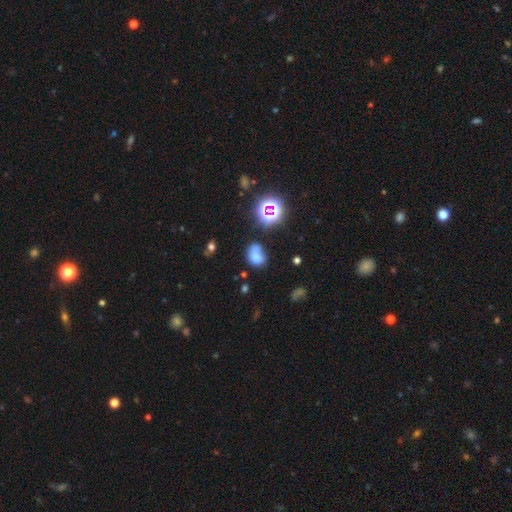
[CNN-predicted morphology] A smooth galaxy with no disk features (66%) that is in between round and cigar-shaped (66%). Merging: none (42%).